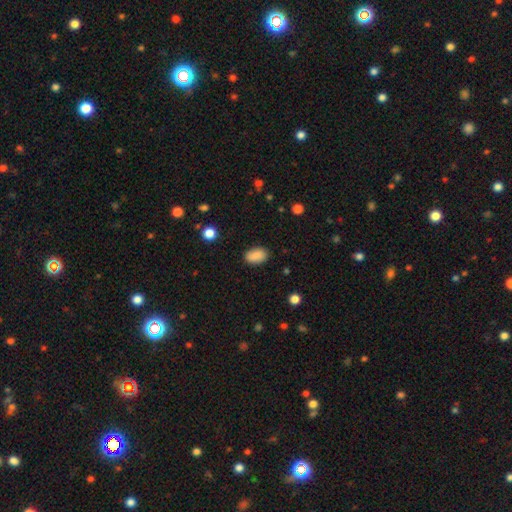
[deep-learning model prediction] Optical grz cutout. It shows a smooth galaxy with no disk features (87%) that is in between round and cigar-shaped (90%). Merging: none (86%).